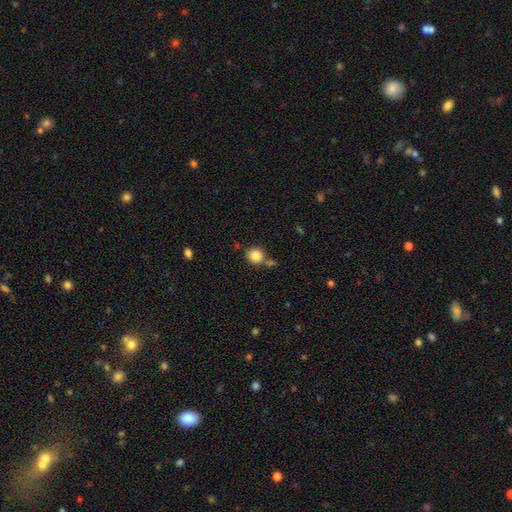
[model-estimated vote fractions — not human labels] Smooth or featured?
  - smooth: 85% *
  - star or artifact: 10%
  - featured or disk: 6%
How rounded?
  - round: 88% *
  - in between: 11%
  - cigar-shaped: 1%
Merging?
  - none: 65% *
  - merger: 19%
  - minor disturbance: 12%
  - major disturbance: 4%